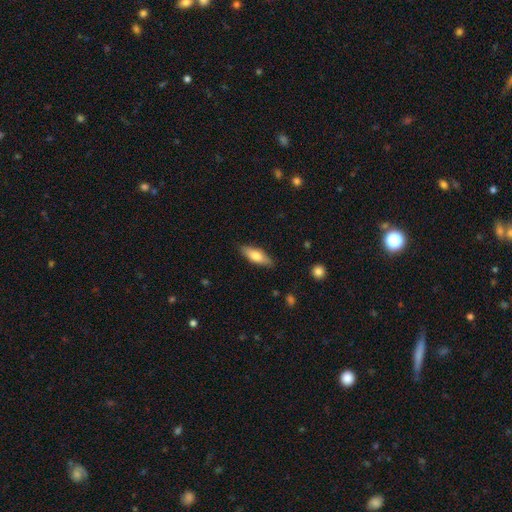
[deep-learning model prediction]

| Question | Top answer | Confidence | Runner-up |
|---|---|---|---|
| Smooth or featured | smooth | 69% | featured or disk (26%) |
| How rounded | in between | 60% | cigar-shaped (38%) |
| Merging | none | 85% | minor disturbance (12%) |